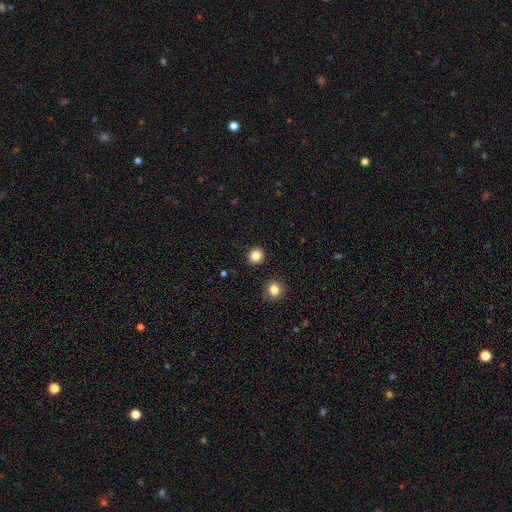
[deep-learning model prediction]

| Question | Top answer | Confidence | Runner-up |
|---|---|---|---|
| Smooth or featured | smooth | 84% | star or artifact (12%) |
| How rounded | round | 93% | in between (6%) |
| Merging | none | 92% | minor disturbance (5%) |